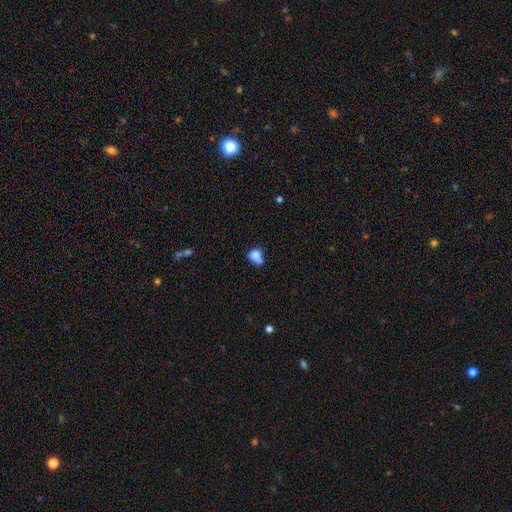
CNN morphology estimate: Smooth or featured? smooth (79%)
How rounded? in between (51%)
Merging? none (36%)